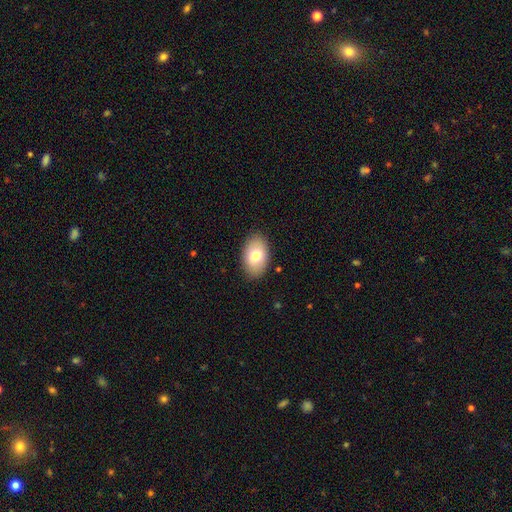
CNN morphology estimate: Smooth or featured: smooth — 76% (featured or disk — 17%)
How rounded: in between — 91% (round — 8%)
Merging: none — 88% (minor disturbance — 9%)